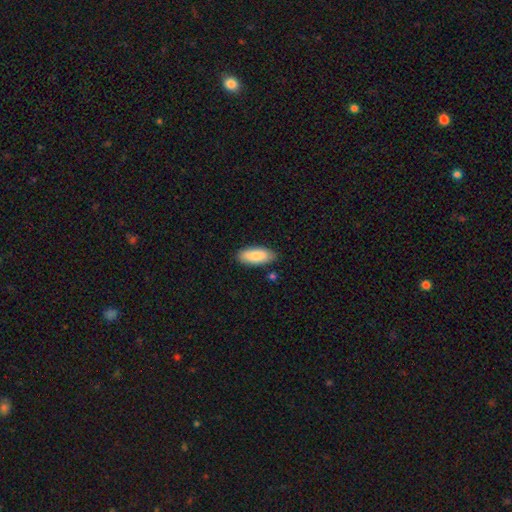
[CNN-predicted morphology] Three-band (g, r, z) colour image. It shows a smooth galaxy with no disk features (85%) that is in between round and cigar-shaped (82%). Merging: none (85%).